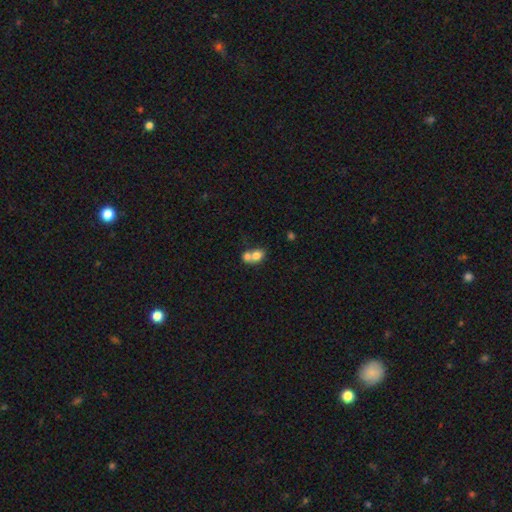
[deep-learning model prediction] smooth-or-featured: smooth: 74% | featured or disk: 16% | star or artifact: 9%
  how-rounded: round: 56% | in between: 43% | cigar-shaped: 1%
  merging: merger: 69% | none: 23% | minor disturbance: 6% | major disturbance: 3%